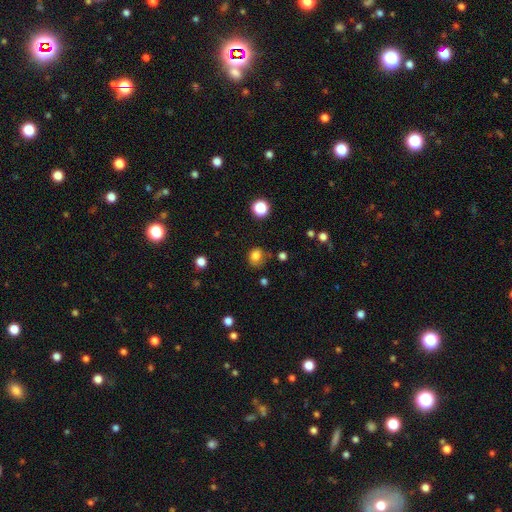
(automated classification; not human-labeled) Smooth or featured: smooth — 81% (star or artifact — 13%)
How rounded: round — 66% (in between — 33%)
Merging: none — 64% (minor disturbance — 24%)